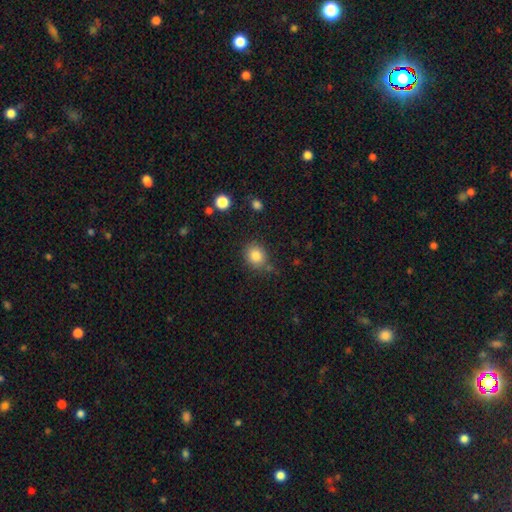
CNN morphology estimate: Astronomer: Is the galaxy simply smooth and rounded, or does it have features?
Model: smooth — 83%.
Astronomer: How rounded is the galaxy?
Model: round — 68%.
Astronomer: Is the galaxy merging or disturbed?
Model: none — 77%.